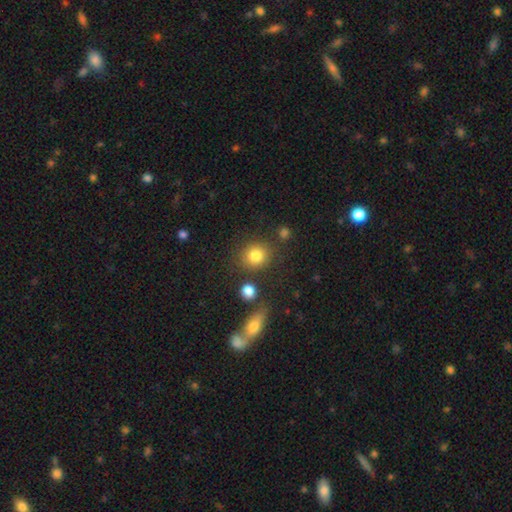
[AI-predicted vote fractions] Smooth or featured? Predicted: smooth (p=0.81). How rounded? Predicted: round (p=0.83). Merging? Predicted: none (p=0.80).